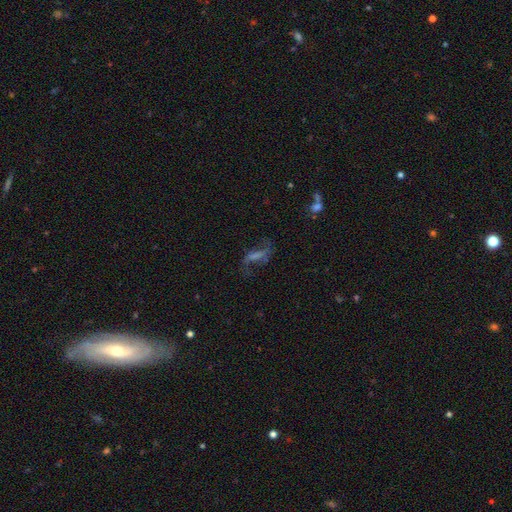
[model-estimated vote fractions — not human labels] featured or disk 59%, smooth 21%, star or artifact 20%. Down the decision tree: edge-on disk — no (89%); bar — weak (39%); spiral arms — yes (81%); bulge size — none (45%); merging — none (59%).